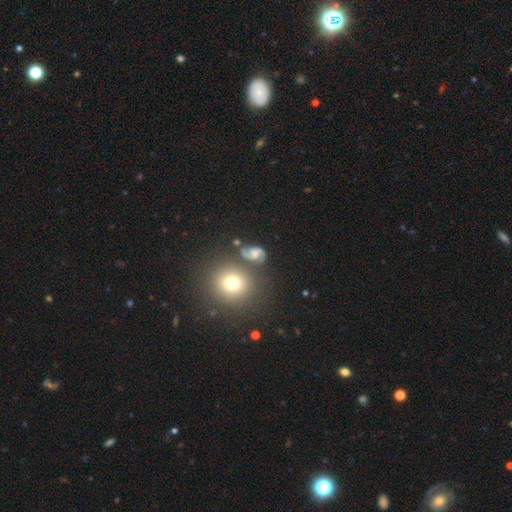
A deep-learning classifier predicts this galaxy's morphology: The model was most divided on "smooth or featured": smooth: 40%, featured or disk: 34%, star or artifact: 26%. More confident: merging — none (59%).